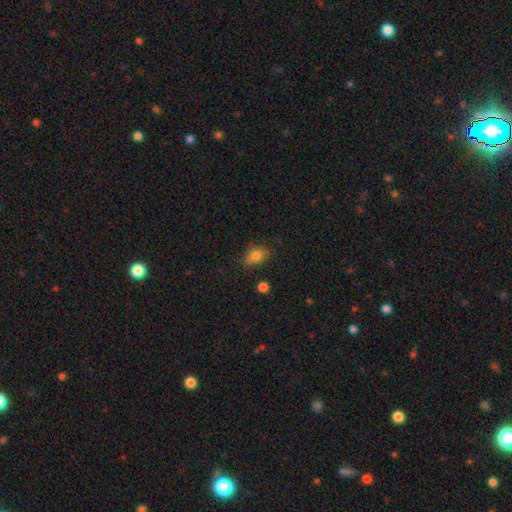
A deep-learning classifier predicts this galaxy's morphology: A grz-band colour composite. It shows a smooth galaxy with no disk features (80%) that is in between round and cigar-shaped (75%). Merging: none (67%).